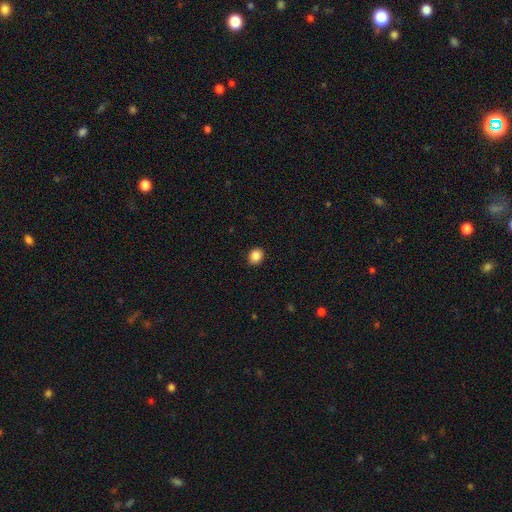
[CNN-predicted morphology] Smooth or featured? smooth (87%)
How rounded? round (61%)
Merging? none (91%)